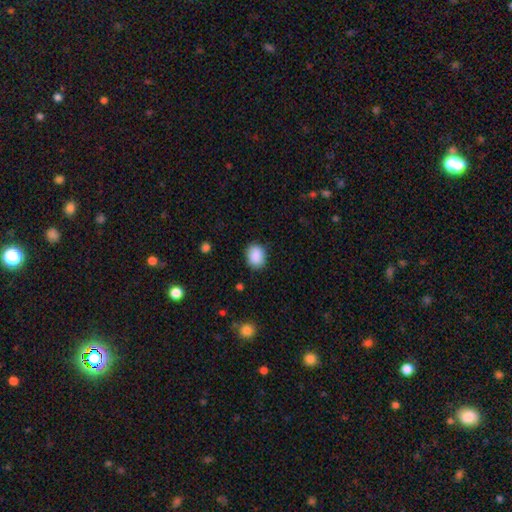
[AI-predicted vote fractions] This appears to be a smooth galaxy with no disk features (90%) that is in between round and cigar-shaped (54%). Merging: none (84%).